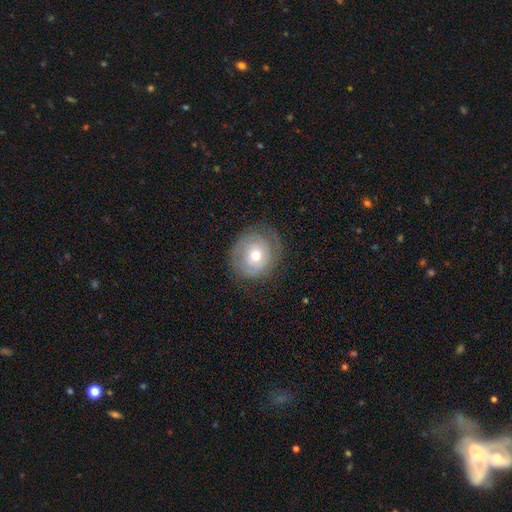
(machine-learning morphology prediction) This appears to be a featured or disk galaxy (50%). Merging: none (69%).